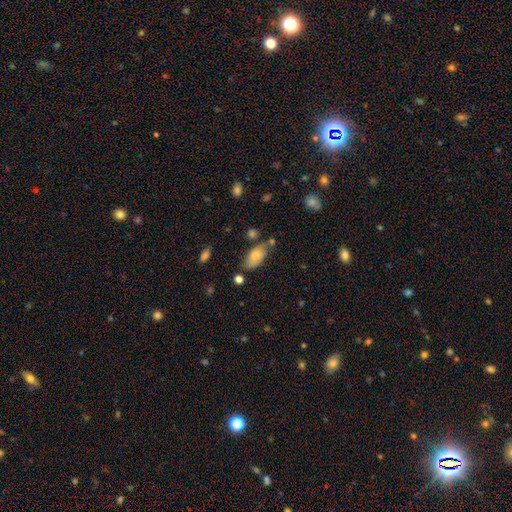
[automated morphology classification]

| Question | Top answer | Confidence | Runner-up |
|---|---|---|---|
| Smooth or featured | smooth | 78% | featured or disk (14%) |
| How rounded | in between | 92% | cigar-shaped (5%) |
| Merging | none | 58% | minor disturbance (26%) |